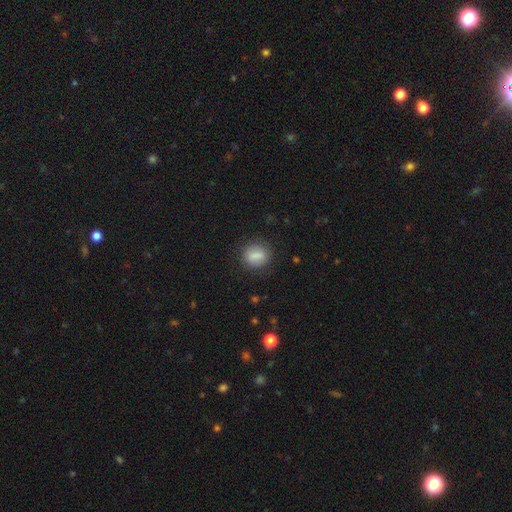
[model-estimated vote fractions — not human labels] Smooth or featured: smooth — 79% (featured or disk — 13%)
How rounded: round — 60% (in between — 37%)
Merging: none — 82% (minor disturbance — 12%)